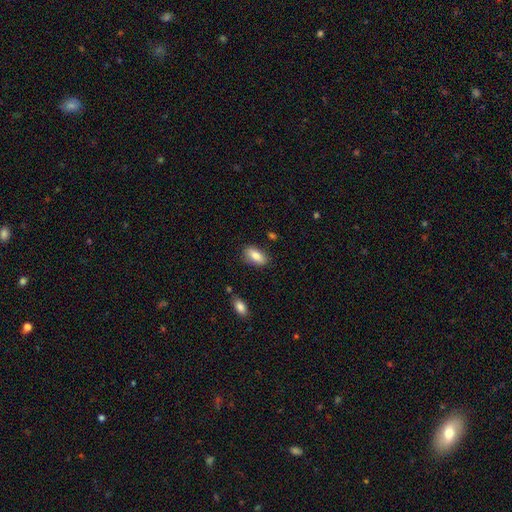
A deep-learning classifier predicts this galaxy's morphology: Q: Smooth or featured?
A: smooth (81%); runner-up: featured or disk (12%)
Q: How rounded?
A: in between (90%); runner-up: cigar-shaped (6%)
Q: Merging?
A: none (81%); runner-up: minor disturbance (13%)